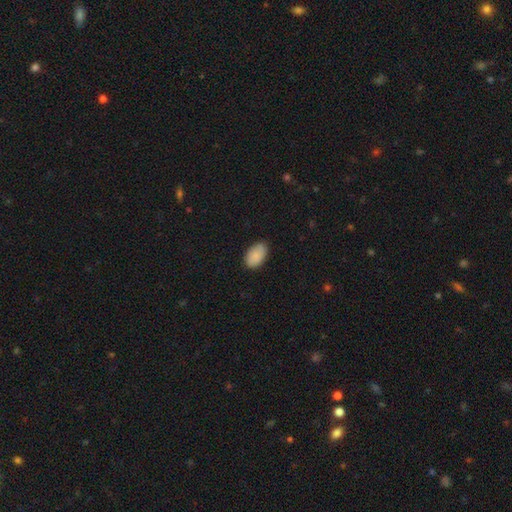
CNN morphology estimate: The model was most divided on "merging": none: 78%, minor disturbance: 18%, major disturbance: 3%, merger: 1%. More confident: how rounded — in between (93%); smooth or featured — smooth (87%).